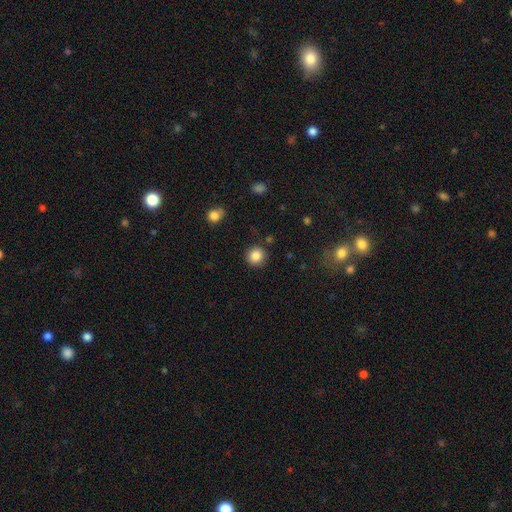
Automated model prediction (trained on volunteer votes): Smooth or featured? smooth (85%)
How rounded? round (93%)
Merging? none (90%)